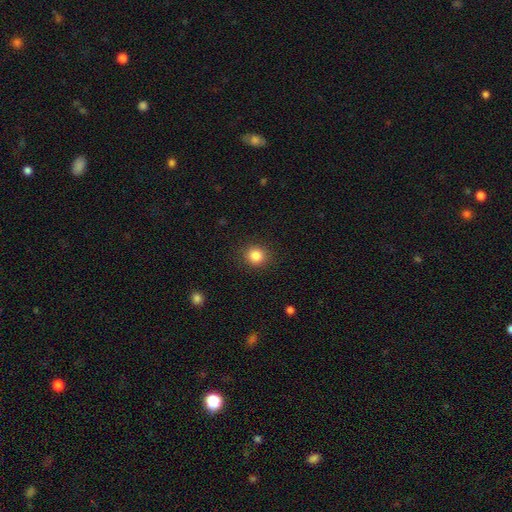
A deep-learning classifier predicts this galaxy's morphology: Overall: smooth (84%). How rounded: round (89%). Merging: none (90%).